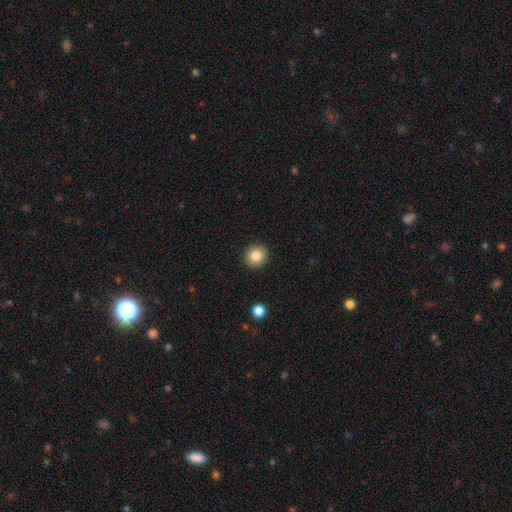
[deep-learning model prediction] Overall: smooth (82%). How rounded: round (90%). Merging: none (92%).